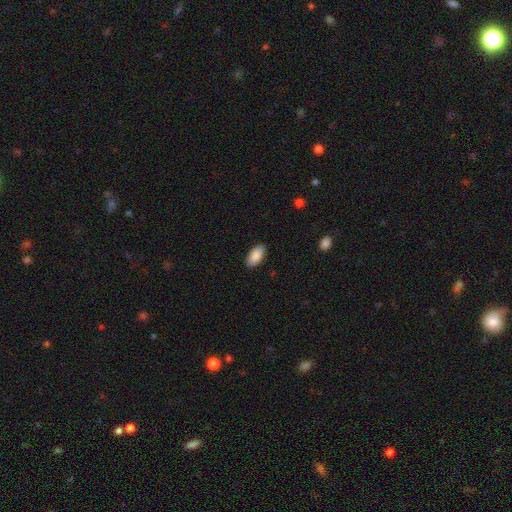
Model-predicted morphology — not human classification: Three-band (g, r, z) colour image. It shows a smooth galaxy with no disk features (89%) that is in between round and cigar-shaped (94%). Merging: none (89%).